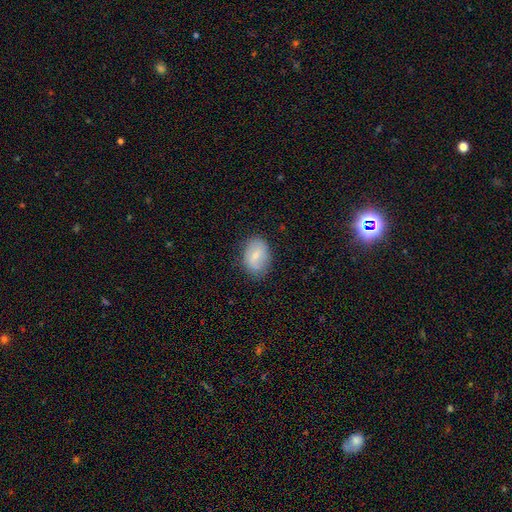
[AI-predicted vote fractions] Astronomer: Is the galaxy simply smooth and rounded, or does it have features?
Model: smooth — 63%.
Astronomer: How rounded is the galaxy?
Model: in between — 77%.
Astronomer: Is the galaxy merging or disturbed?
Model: none — 79%.